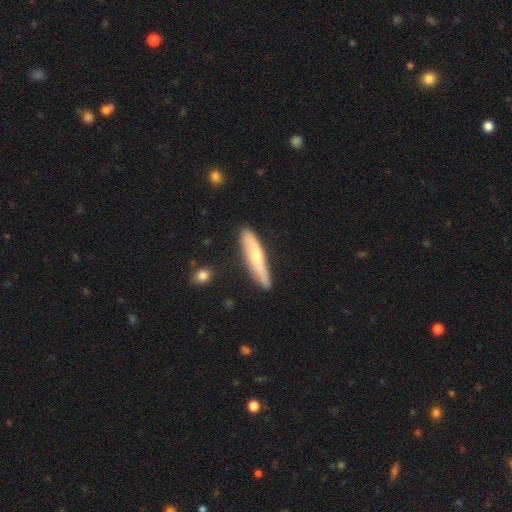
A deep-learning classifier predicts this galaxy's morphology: A smooth galaxy with no disk features (49%). Merging: none (81%).